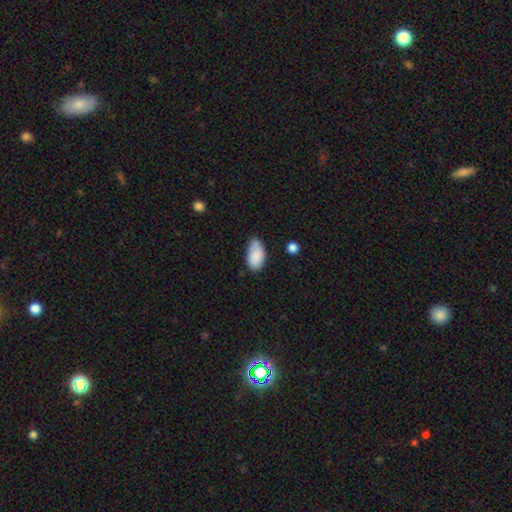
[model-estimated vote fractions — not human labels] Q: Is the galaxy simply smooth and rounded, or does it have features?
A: smooth — 87%.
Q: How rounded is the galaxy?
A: in between — 94%.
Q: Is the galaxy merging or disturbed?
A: none — 56%.